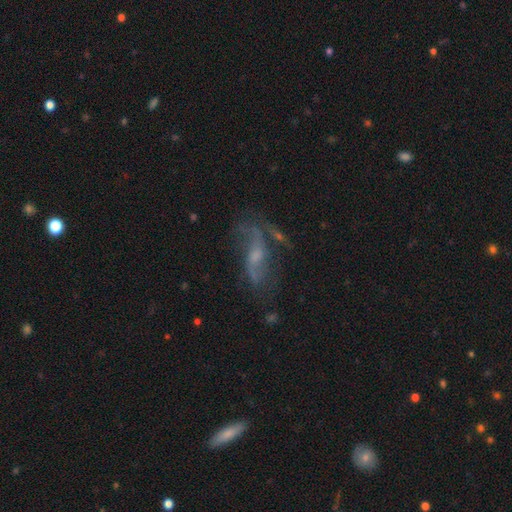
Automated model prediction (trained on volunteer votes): This appears to be a featured or disk galaxy (61%). Merging: none (58%).